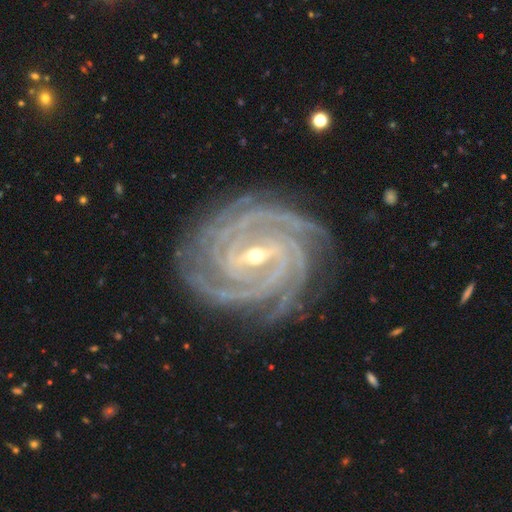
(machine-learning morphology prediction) featured or disk 93%, star or artifact 4%, smooth 2%. Down the decision tree: edge-on disk — no (97%); bar — strong (54%); spiral arms — yes (99%); spiral arm count — 4 (36%); spiral winding — tight (84%); bulge size — small (57%); merging — none (84%).